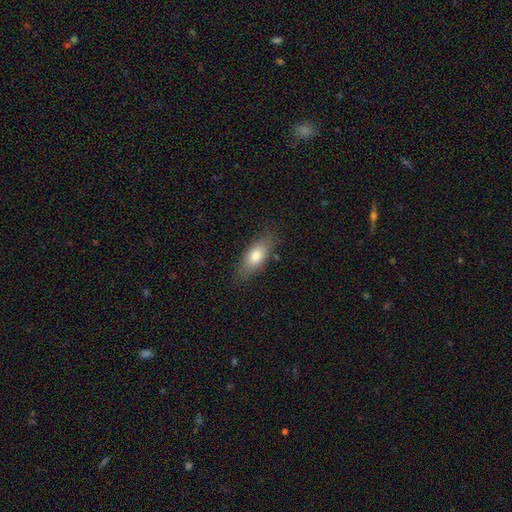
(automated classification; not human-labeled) Smooth or featured? smooth (75%)
How rounded? in between (77%)
Merging? none (80%)